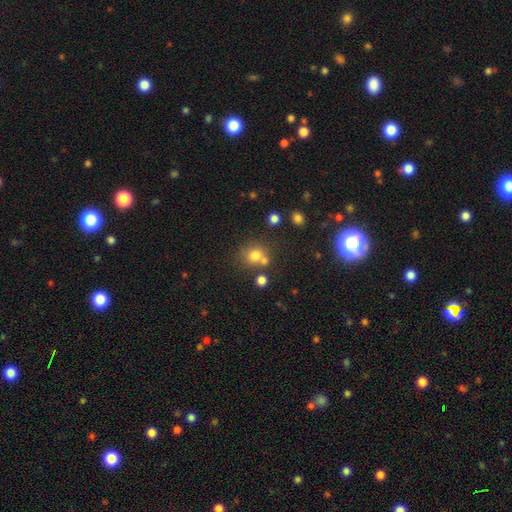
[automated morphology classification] Overall: smooth (75%). How rounded: round (80%). Merging: none (60%; merger 25%).